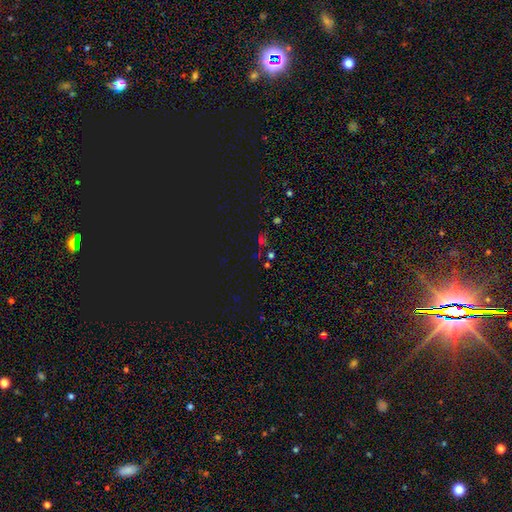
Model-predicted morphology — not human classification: type=star or artifact (68%).